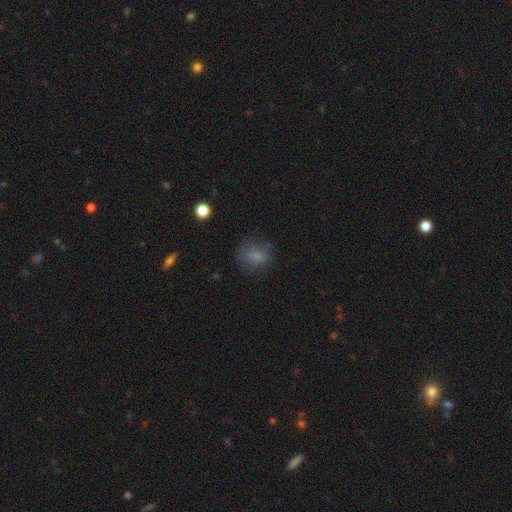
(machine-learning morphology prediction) Smooth or featured: smooth — 74% (featured or disk — 13%)
How rounded: round — 54% (in between — 44%)
Merging: none — 66% (minor disturbance — 21%)